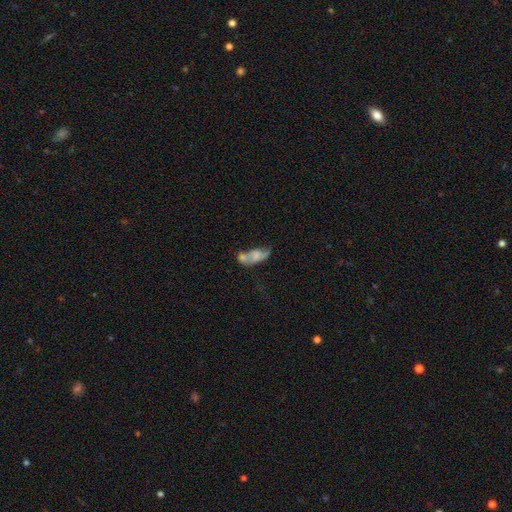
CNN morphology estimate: smooth_or_featured: smooth (p=0.51) [alt: featured or disk p=0.39]
how_rounded: in between (p=0.83) [alt: cigar-shaped p=0.12]
merging: merger (p=0.49) [alt: none p=0.20]